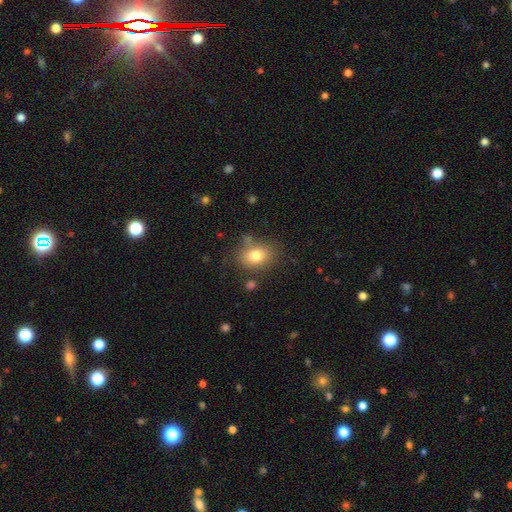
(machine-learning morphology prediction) The model was most divided on "how rounded": in between: 63%, round: 36%, cigar-shaped: 1%. More confident: smooth or featured — smooth (78%); merging — none (72%).